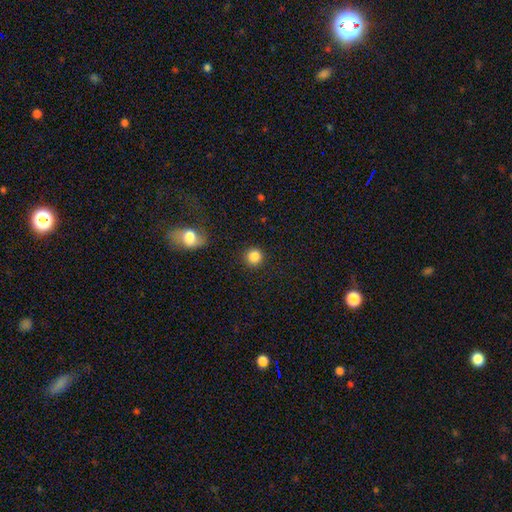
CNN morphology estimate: The model was most divided on "smooth or featured": smooth: 86%, star or artifact: 10%, featured or disk: 4%. More confident: how rounded — round (93%); merging — none (89%).